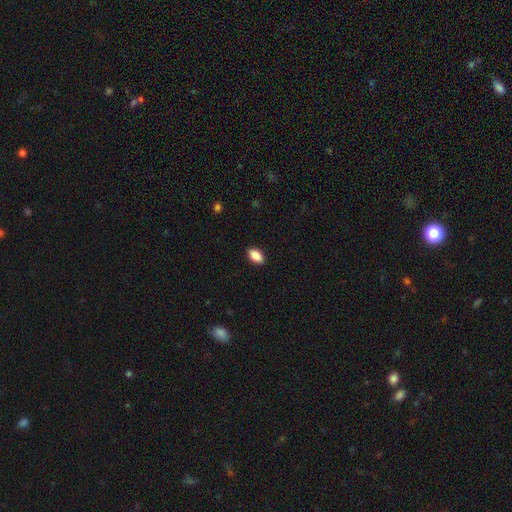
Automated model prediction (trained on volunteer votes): A smooth galaxy with no disk features (87%) that is in between round and cigar-shaped (91%). Merging: none (90%).